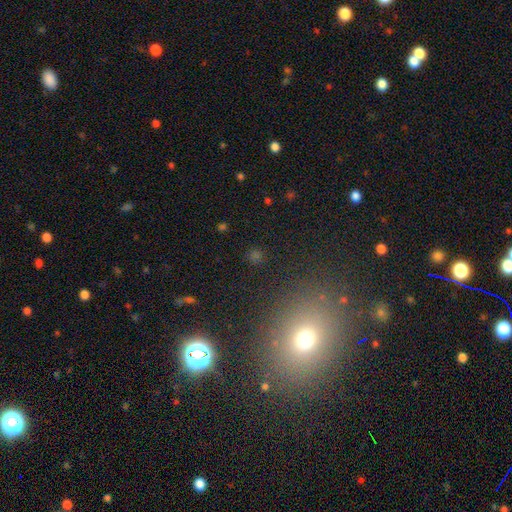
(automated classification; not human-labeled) A smooth galaxy with no disk features (46%).

Vote fractions:
- Smooth or featured? smooth: 46% / star or artifact: 45% / featured or disk: 9%
- Merging? none: 85% / minor disturbance: 8% / major disturbance: 4% / merger: 3%